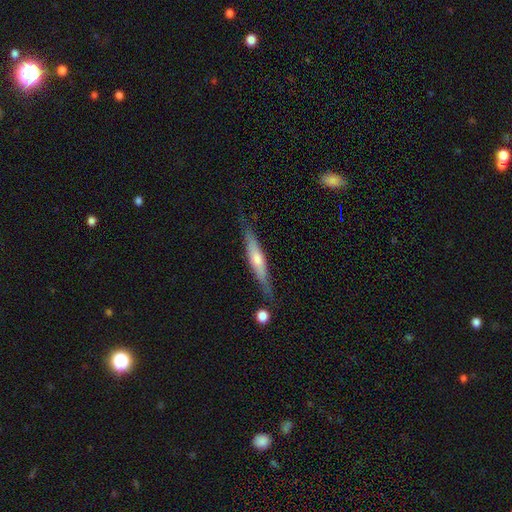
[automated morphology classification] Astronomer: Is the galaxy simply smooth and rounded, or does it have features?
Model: featured or disk — 61%.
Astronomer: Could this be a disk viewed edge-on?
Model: yes — 92%.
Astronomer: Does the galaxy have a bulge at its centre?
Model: rounded — 73%.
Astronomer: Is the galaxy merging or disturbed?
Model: none — 80%.